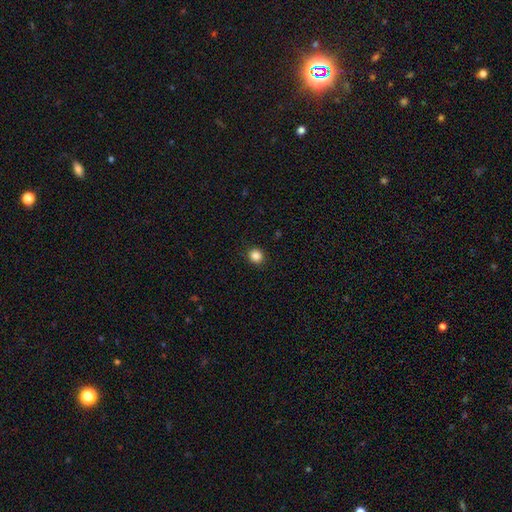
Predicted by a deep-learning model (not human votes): Smooth or featured: smooth — 85% (star or artifact — 11%)
How rounded: round — 88% (in between — 11%)
Merging: none — 91% (minor disturbance — 6%)